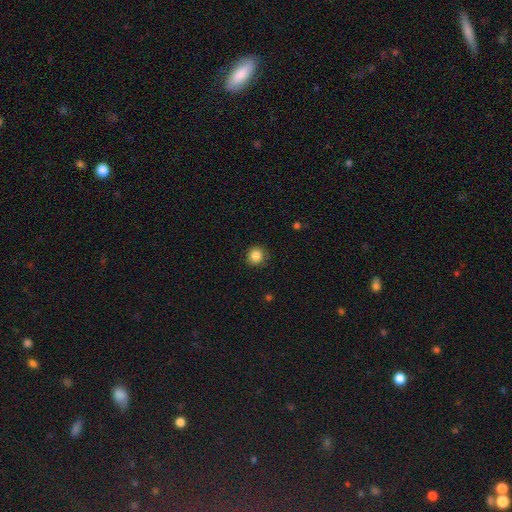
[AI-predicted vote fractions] Morphology: type=smooth (86%); roundness=round (92%); merging=none (88%).